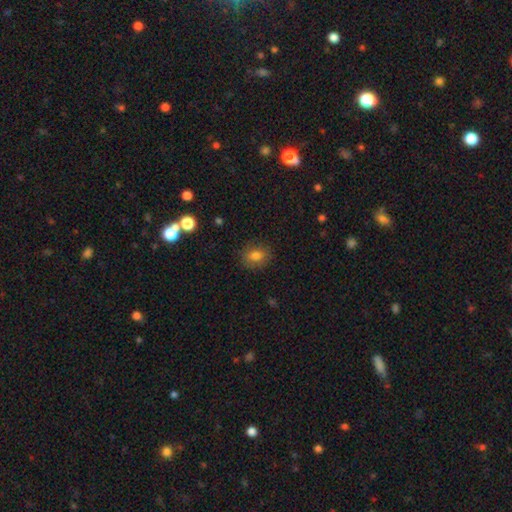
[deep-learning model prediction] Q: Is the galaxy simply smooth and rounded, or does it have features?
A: smooth — 79%.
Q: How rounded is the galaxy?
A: round — 58%.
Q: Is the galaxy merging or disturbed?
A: none — 84%.